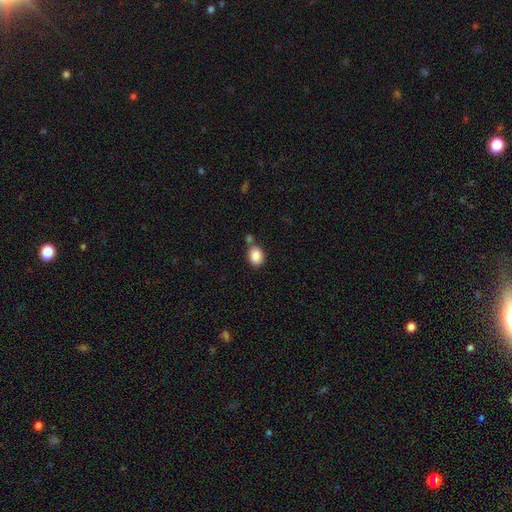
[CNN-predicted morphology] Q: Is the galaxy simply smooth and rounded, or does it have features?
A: smooth — 88%.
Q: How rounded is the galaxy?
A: in between — 61%.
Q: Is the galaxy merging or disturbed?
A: none — 61%.